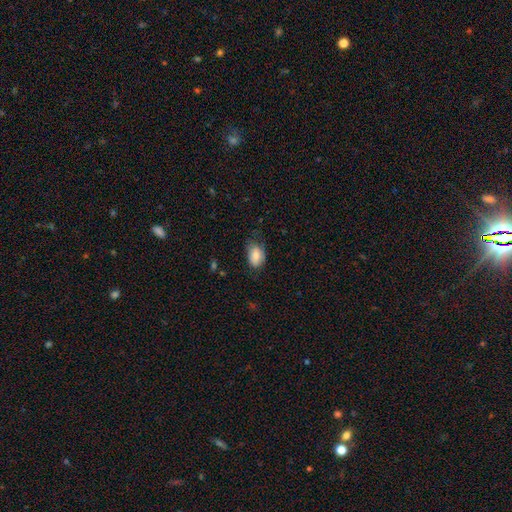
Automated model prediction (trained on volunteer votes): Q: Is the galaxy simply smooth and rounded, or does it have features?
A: smooth — 81%.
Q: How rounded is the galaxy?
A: in between — 87%.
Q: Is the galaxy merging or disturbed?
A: none — 62%.